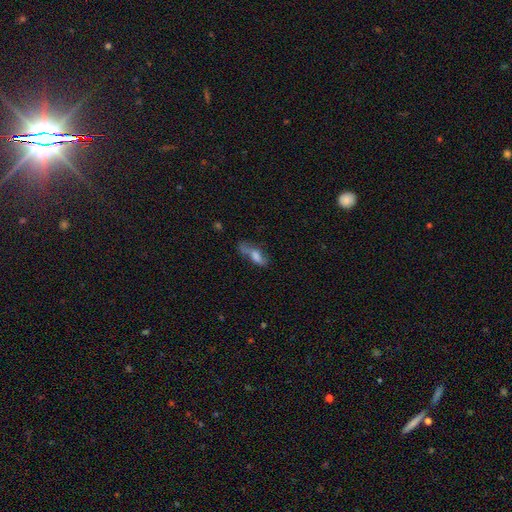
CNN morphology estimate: A smooth galaxy with no disk features (61%) that is in between round and cigar-shaped (59%). Merging: none (41%).